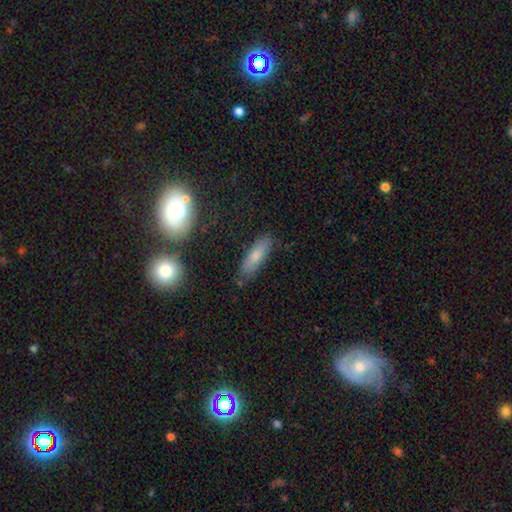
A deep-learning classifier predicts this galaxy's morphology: This appears to be a smooth galaxy with no disk features (73%) that is cigar-shaped (51%). Merging: none (79%).